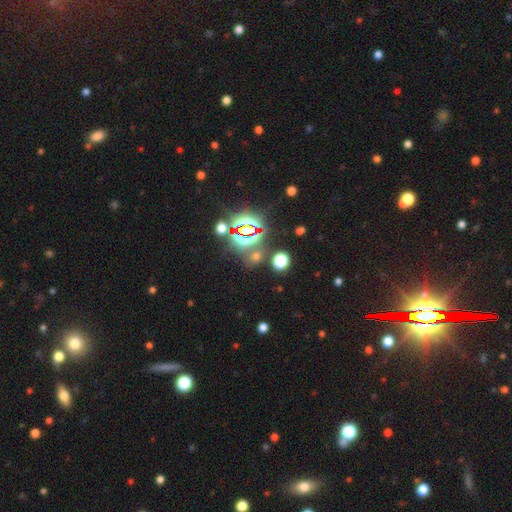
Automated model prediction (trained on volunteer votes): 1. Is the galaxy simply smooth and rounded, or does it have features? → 54% star or artifact, 38% smooth, 7% featured or disk.